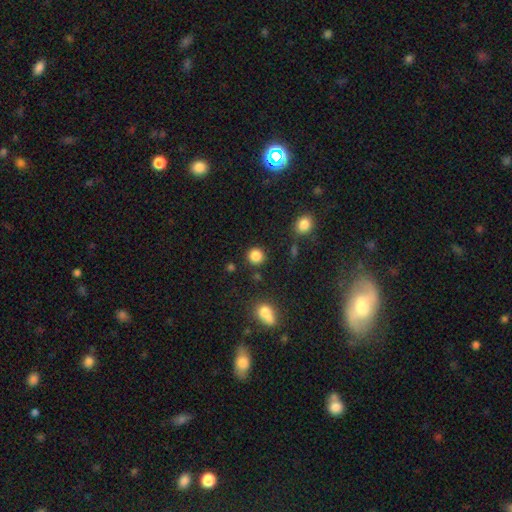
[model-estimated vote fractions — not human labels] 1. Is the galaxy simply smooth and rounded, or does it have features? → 85% smooth, 11% star or artifact, 4% featured or disk.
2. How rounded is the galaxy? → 90% round, 9% in between, 1% cigar-shaped.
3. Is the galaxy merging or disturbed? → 86% none, 7% minor disturbance, 4% merger, 3% major disturbance.